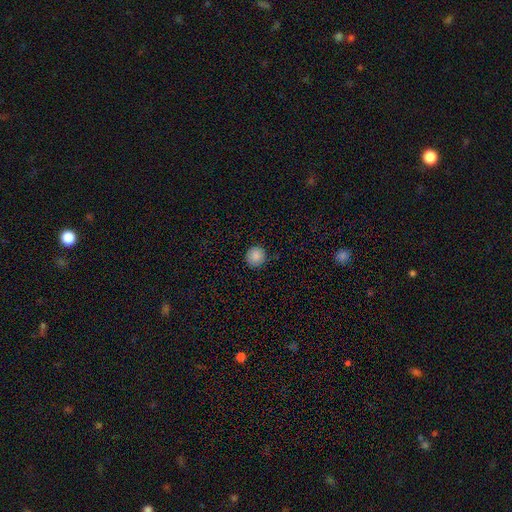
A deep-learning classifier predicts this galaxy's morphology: Smooth or featured? smooth (86%)
How rounded? round (94%)
Merging? none (88%)